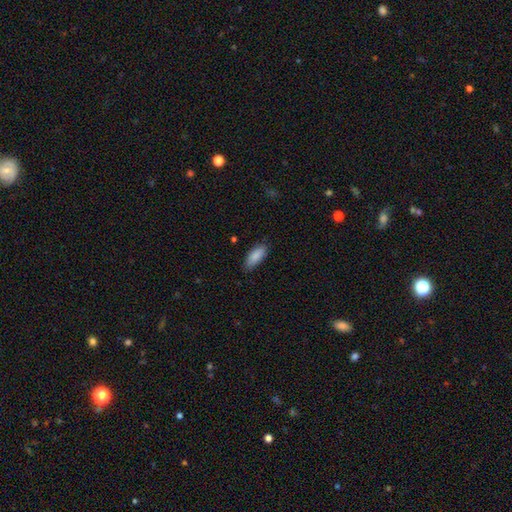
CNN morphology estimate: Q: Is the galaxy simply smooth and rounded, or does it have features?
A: smooth — 89%.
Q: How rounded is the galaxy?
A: in between — 80%.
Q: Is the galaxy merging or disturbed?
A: none — 81%.